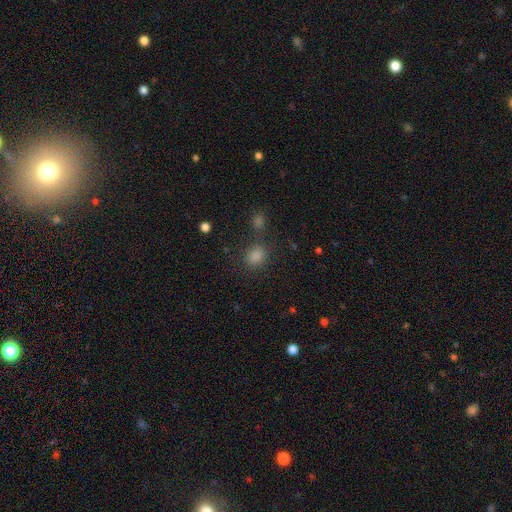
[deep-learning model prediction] Smooth or featured?
  - smooth: 76% *
  - star or artifact: 19%
  - featured or disk: 5%
How rounded?
  - round: 58% *
  - in between: 40%
  - cigar-shaped: 1%
Merging?
  - none: 74% *
  - merger: 11%
  - minor disturbance: 11%
  - major disturbance: 5%